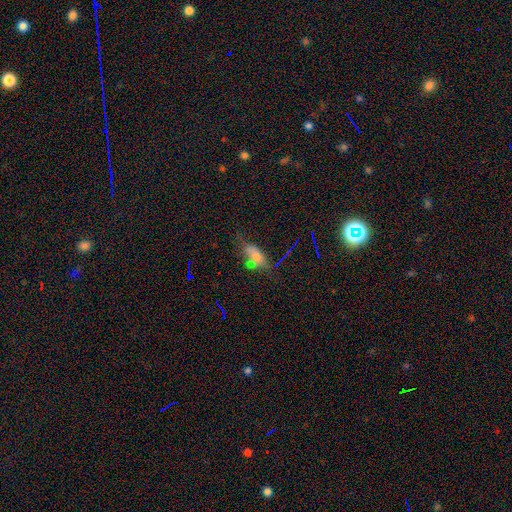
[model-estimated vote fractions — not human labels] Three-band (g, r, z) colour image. It shows a smooth galaxy with no disk features (51%) that is in between round and cigar-shaped (80%). Merging: none (36%).